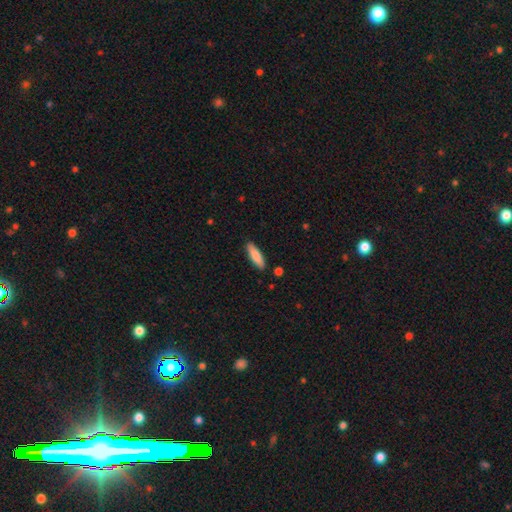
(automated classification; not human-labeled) smooth 81%, featured or disk 13%, star or artifact 6%. Down the decision tree: how rounded — cigar-shaped (61%); merging — none (88%).